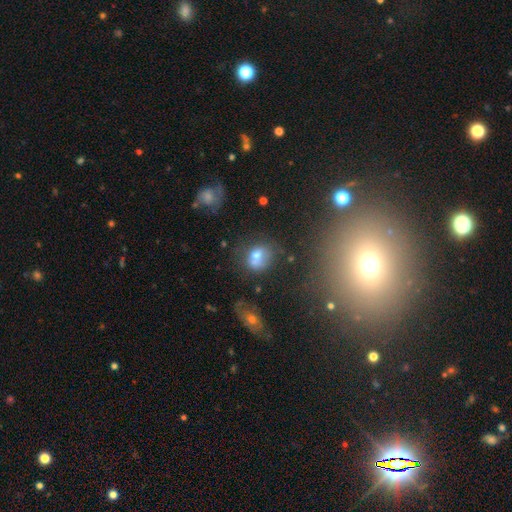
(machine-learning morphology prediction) Overall: smooth (62%; featured or disk 24%). How rounded: round (58%; in between 41%). Merging: none (41%; merger 29%).